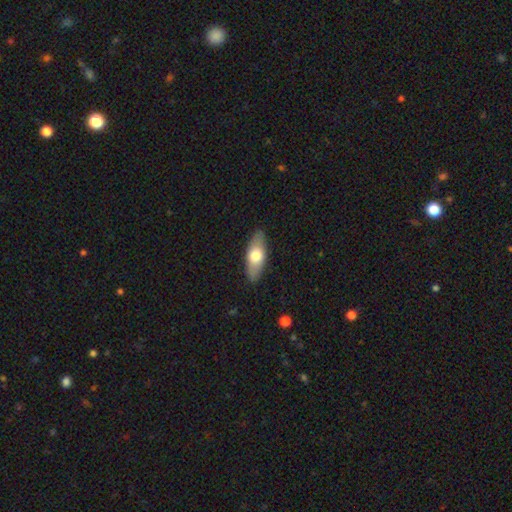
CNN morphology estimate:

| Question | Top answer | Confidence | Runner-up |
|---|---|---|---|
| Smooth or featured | smooth | 65% | featured or disk (30%) |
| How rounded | in between | 77% | cigar-shaped (20%) |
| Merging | none | 87% | minor disturbance (10%) |